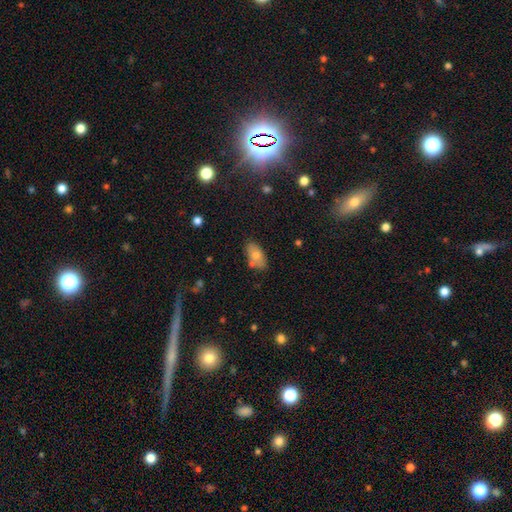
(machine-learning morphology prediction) Smooth or featured: smooth — 77% (featured or disk — 15%)
How rounded: in between — 91% (cigar-shaped — 5%)
Merging: none — 72% (minor disturbance — 16%)